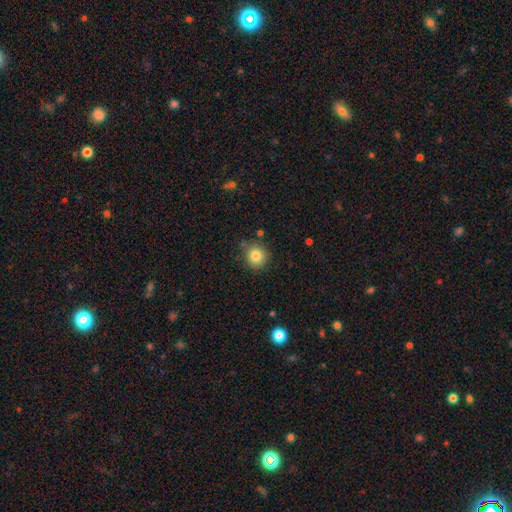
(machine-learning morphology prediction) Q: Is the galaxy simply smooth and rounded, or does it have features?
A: smooth — 83%.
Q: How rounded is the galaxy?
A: round — 90%.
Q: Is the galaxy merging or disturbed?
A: none — 82%.